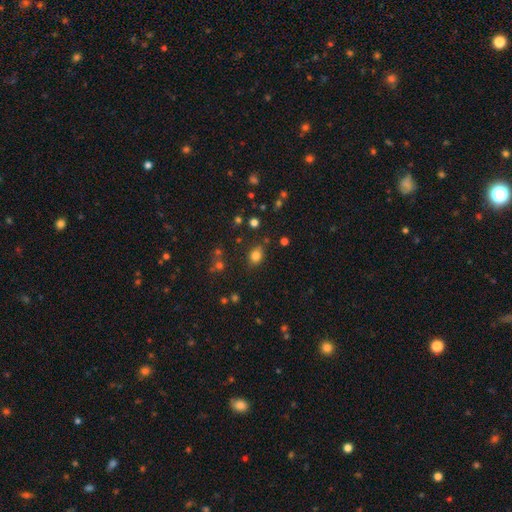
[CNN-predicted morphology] smooth 79%, star or artifact 14%, featured or disk 7%. Down the decision tree: how rounded — in between (60%); merging — none (78%).